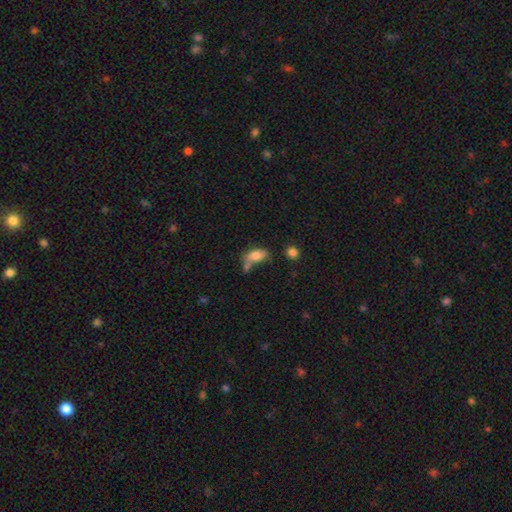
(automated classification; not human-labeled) Smooth or featured? Predicted: smooth (p=0.72). How rounded? Predicted: in between (p=0.84). Merging? Predicted: none (p=0.32).